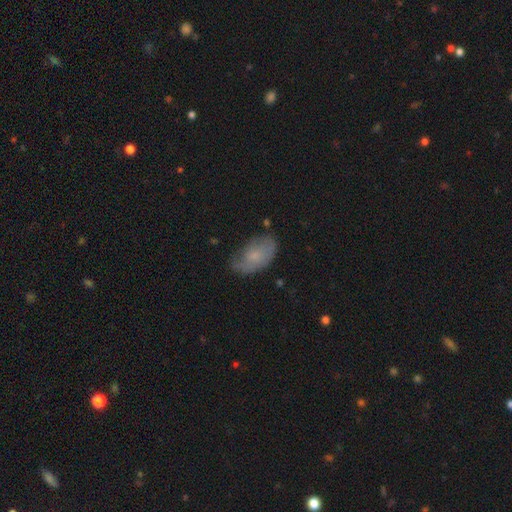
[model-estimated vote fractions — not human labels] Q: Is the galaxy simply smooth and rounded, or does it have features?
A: smooth — 58%.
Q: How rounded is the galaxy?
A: in between — 92%.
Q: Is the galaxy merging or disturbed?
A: none — 55%.